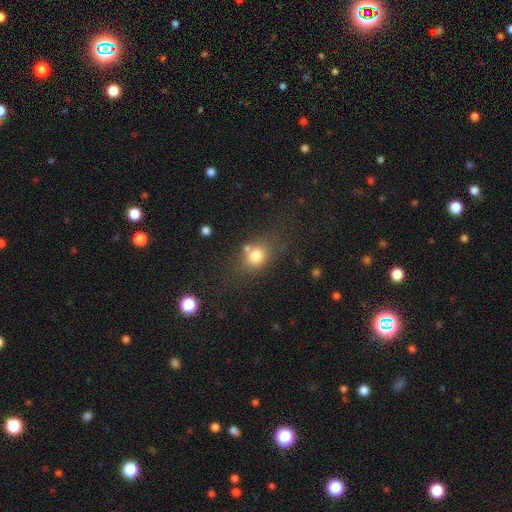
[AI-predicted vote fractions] This appears to be a smooth galaxy with no disk features (76%) that is round (53%). Merging: none (60%).